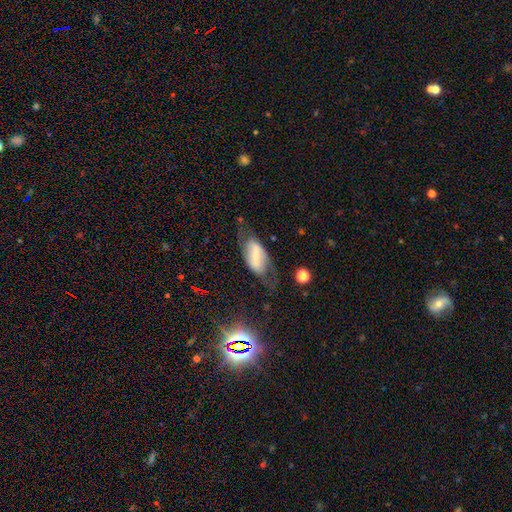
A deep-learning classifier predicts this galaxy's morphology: Smooth or featured? featured or disk (63%)
Edge-on disk? no (90%)
Bar? strong (49%)
Spiral arms? yes (72%)
Bulge size? small (54%)
Merging? none (58%)